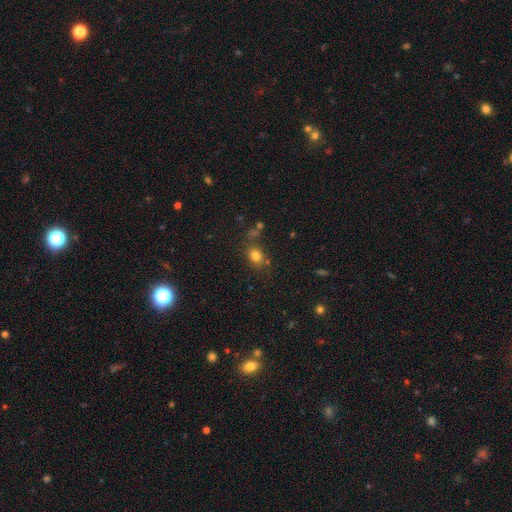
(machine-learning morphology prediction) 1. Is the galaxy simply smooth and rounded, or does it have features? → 78% smooth, 14% star or artifact, 8% featured or disk.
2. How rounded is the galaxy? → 51% round, 47% in between, 1% cigar-shaped.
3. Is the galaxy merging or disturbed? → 72% none, 15% minor disturbance, 8% merger, 6% major disturbance.